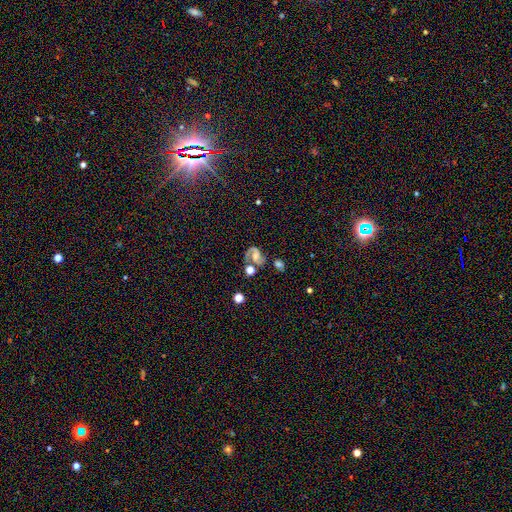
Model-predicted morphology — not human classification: Overall: featured or disk (82%). Edge-on disk: no (98%). Bar: no (49%; weak 38%). Spiral arms: yes (96%). Spiral arm count: 2 (84%). Spiral winding: medium (56%; loose 23%). Bulge size: moderate (41%; small 33%). Merging: none (58%).